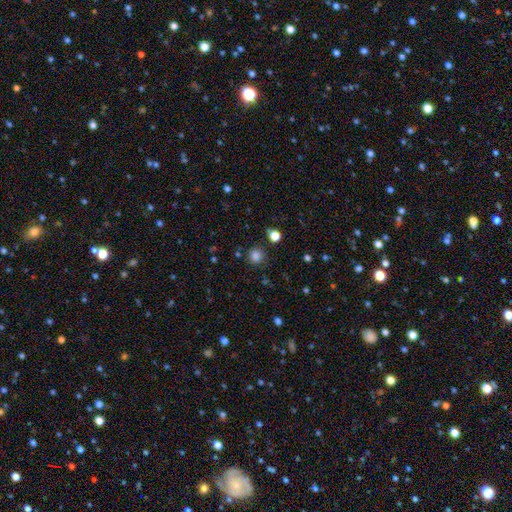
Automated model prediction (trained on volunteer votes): Morphology: type=smooth (83%); roundness=round (91%); merging=none (86%).